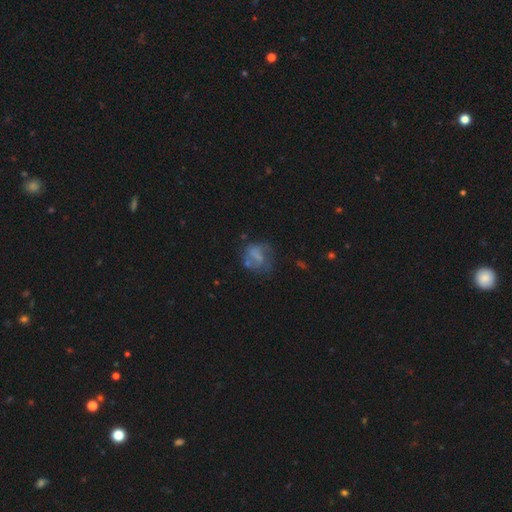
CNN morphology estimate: smooth-or-featured: smooth: 45% | featured or disk: 44% | star or artifact: 12%
  merging: none: 42% | major disturbance: 26% | minor disturbance: 25% | merger: 7%